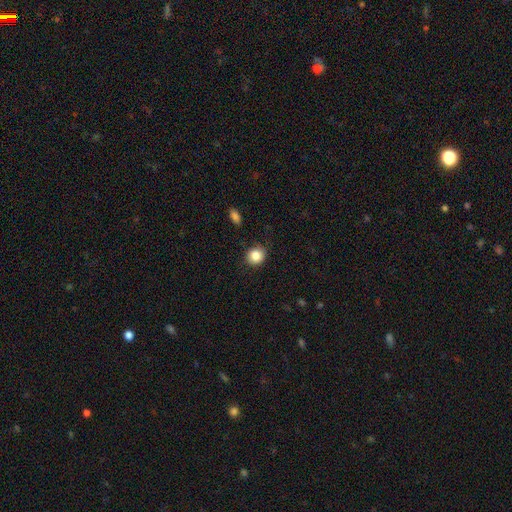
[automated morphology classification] The model was most divided on "how rounded": round: 79%, in between: 20%, cigar-shaped: 1%. More confident: smooth or featured — smooth (85%); merging — none (85%).